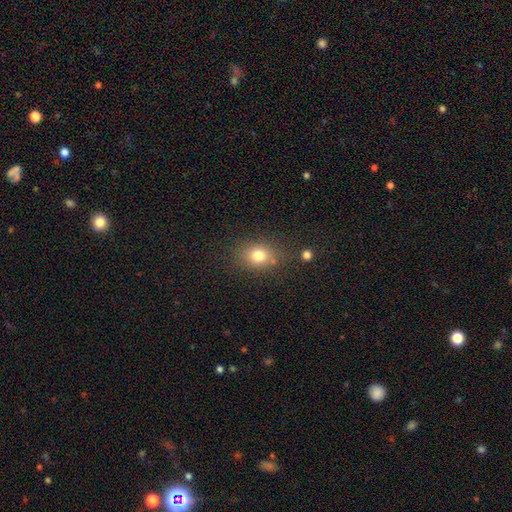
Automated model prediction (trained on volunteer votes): Smooth or featured: smooth — 76% (star or artifact — 15%)
How rounded: round — 52% (in between — 47%)
Merging: none — 78% (minor disturbance — 13%)